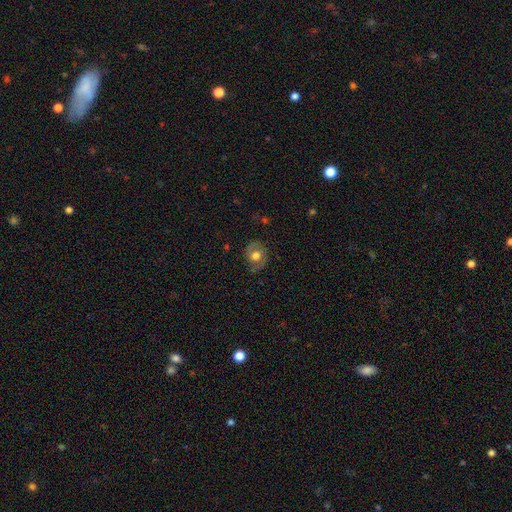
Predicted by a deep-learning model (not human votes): Morphology: type=smooth (48%); merging=none (73%).